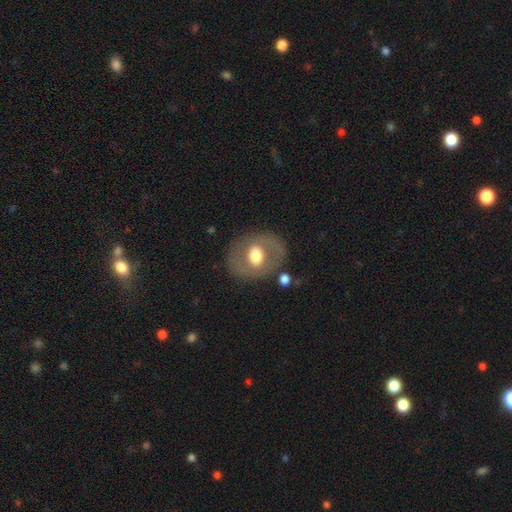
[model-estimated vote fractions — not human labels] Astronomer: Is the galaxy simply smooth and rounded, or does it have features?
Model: smooth — 49% (runner-up: featured or disk, 45%).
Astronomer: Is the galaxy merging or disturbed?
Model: none — 77%.